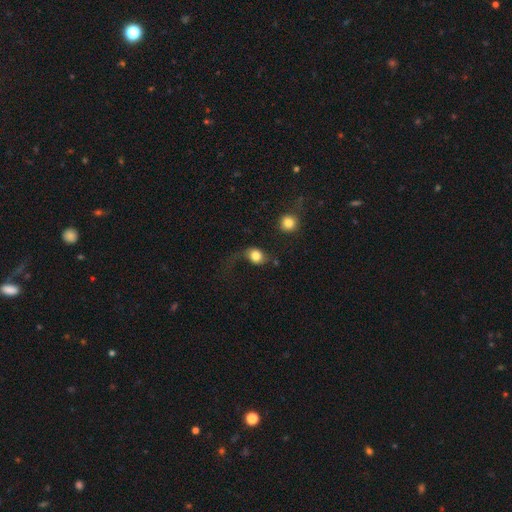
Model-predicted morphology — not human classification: Overall: smooth (76%). How rounded: round (53%; in between 45%). Merging: none (38%; major disturbance 35%).